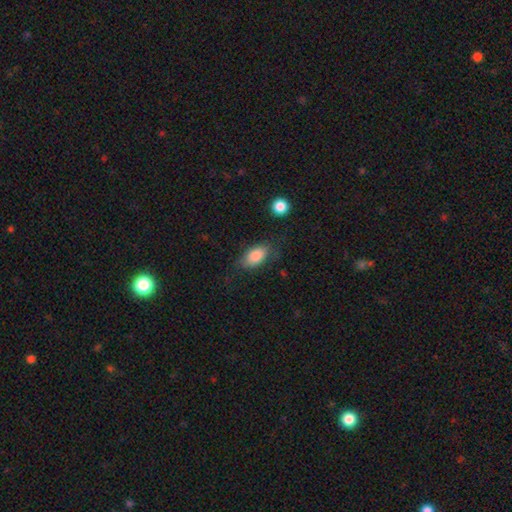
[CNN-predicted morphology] The model was most divided on "merging": none: 69%, minor disturbance: 21%, major disturbance: 8%, merger: 2%. More confident: how rounded — in between (90%); smooth or featured — smooth (84%).